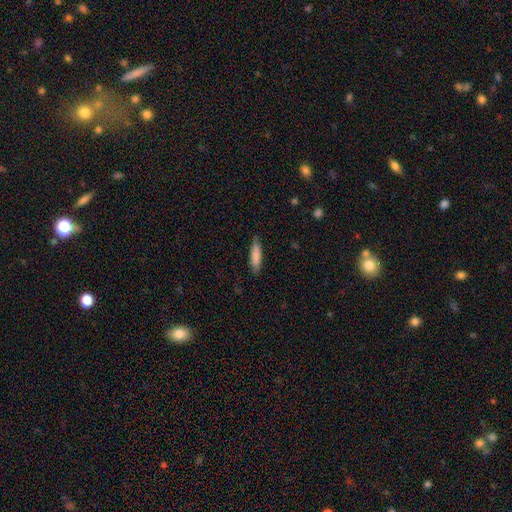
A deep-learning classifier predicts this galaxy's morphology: smooth_or_featured: smooth (p=0.83) [alt: featured or disk p=0.12]
how_rounded: cigar-shaped (p=0.70) [alt: in between p=0.28]
merging: none (p=0.82) [alt: minor disturbance p=0.14]